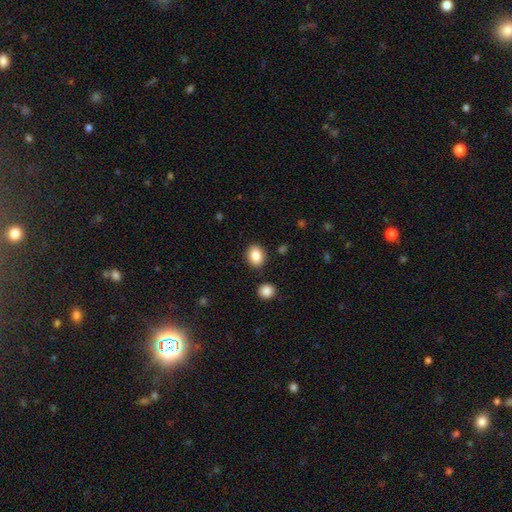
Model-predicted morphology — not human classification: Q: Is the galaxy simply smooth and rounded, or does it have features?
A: smooth — 86%.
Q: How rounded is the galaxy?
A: in between — 50%.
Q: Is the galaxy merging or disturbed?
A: none — 87%.